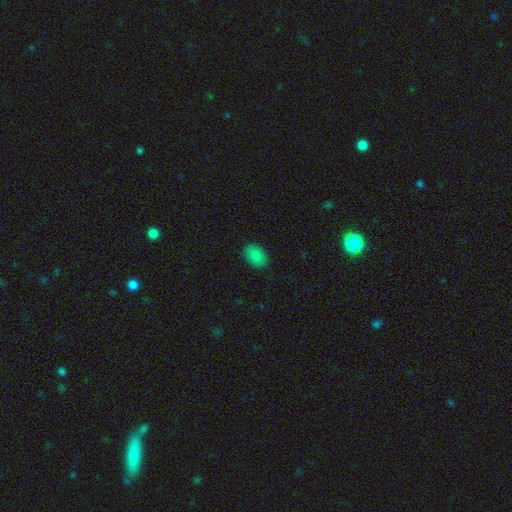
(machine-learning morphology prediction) A smooth galaxy with no disk features (86%) that is in between round and cigar-shaped (81%).

Vote fractions:
- Smooth or featured? smooth: 86% / star or artifact: 9% / featured or disk: 5%
- How rounded? in between: 81% / round: 18% / cigar-shaped: 1%
- Merging? none: 87% / minor disturbance: 10% / major disturbance: 2% / merger: 1%